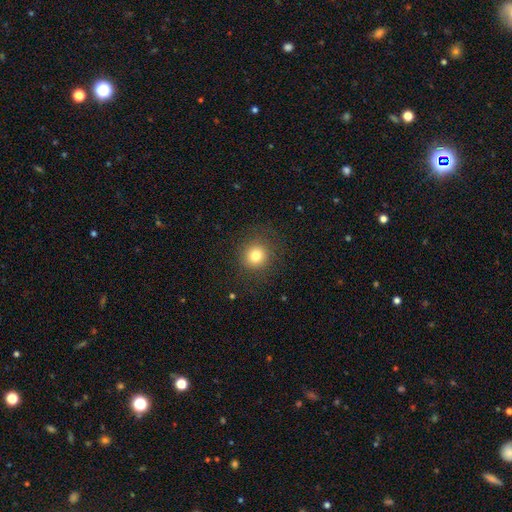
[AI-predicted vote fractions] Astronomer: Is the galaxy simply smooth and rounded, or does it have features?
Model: smooth — 79%.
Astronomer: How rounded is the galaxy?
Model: round — 92%.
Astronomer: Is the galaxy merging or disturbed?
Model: none — 87%.